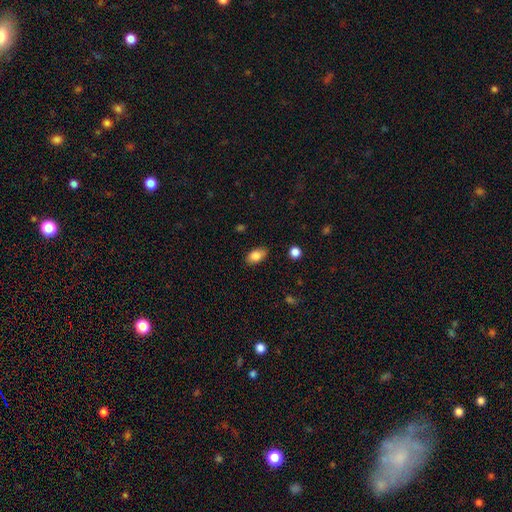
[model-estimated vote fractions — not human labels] Smooth or featured? Predicted: smooth (p=0.84). How rounded? Predicted: in between (p=0.90). Merging? Predicted: none (p=0.84).